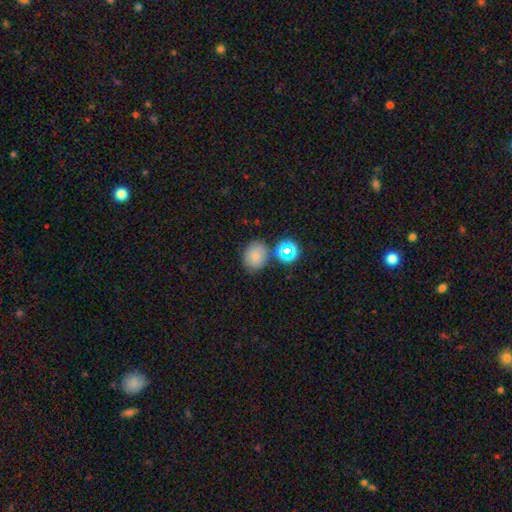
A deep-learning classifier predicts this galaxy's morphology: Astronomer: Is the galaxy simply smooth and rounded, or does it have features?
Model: smooth — 74%.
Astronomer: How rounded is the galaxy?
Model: round — 61% (runner-up: in between, 38%).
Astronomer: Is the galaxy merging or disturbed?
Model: none — 67%.